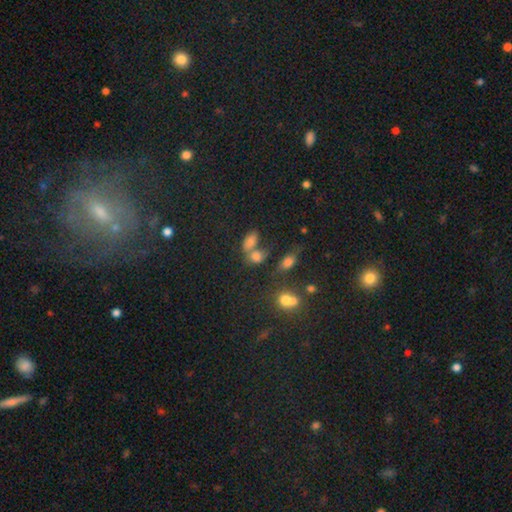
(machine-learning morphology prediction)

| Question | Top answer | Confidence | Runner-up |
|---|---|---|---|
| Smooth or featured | smooth | 65% | star or artifact (21%) |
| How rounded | in between | 72% | round (23%) |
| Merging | merger | 42% | none (38%) |